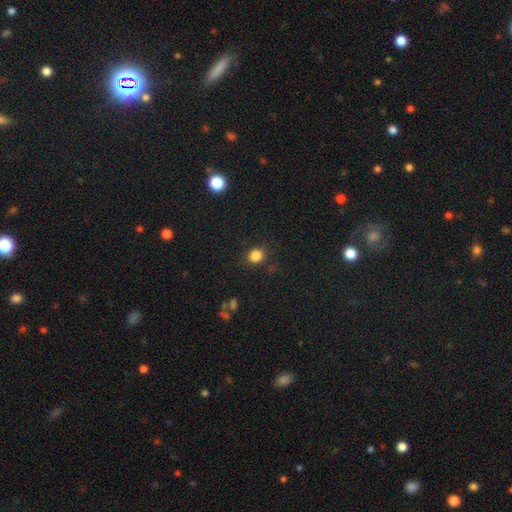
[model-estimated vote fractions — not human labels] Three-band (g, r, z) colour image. It shows a smooth galaxy with no disk features (84%) that is round (83%). Merging: none (84%).